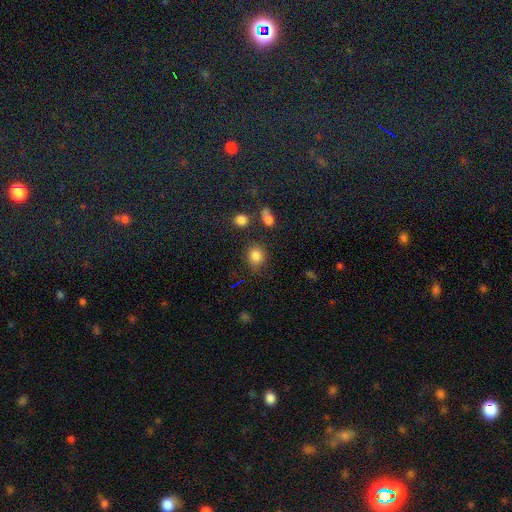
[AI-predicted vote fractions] Smooth or featured? smooth (83%)
How rounded? round (73%)
Merging? none (77%)